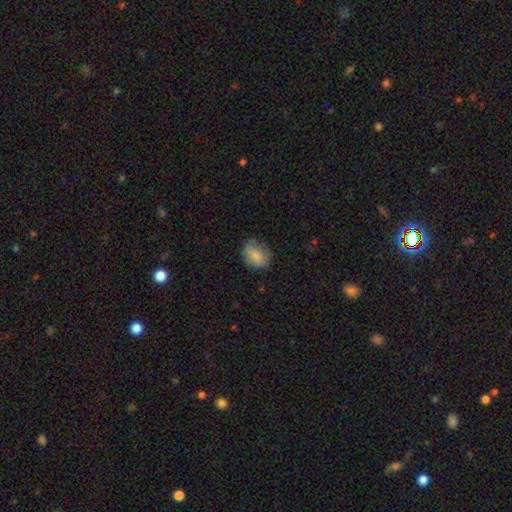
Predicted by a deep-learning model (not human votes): Smooth or featured?
  - smooth: 81% *
  - featured or disk: 12%
  - star or artifact: 8%
How rounded?
  - in between: 62% *
  - round: 36%
  - cigar-shaped: 1%
Merging?
  - none: 72% *
  - minor disturbance: 21%
  - major disturbance: 5%
  - merger: 1%